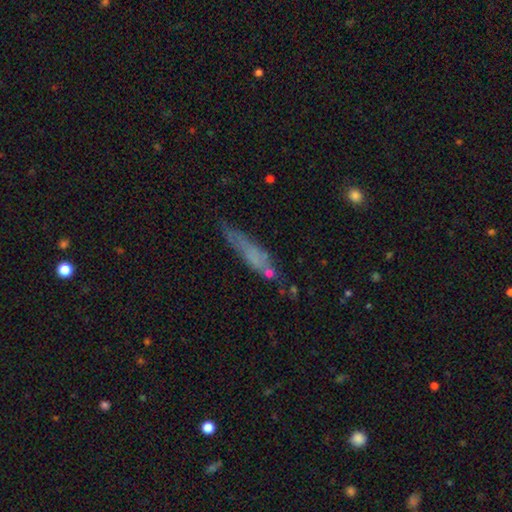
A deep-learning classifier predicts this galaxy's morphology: This appears to be a smooth galaxy with no disk features (53%) that is cigar-shaped (80%). Merging: none (52%).